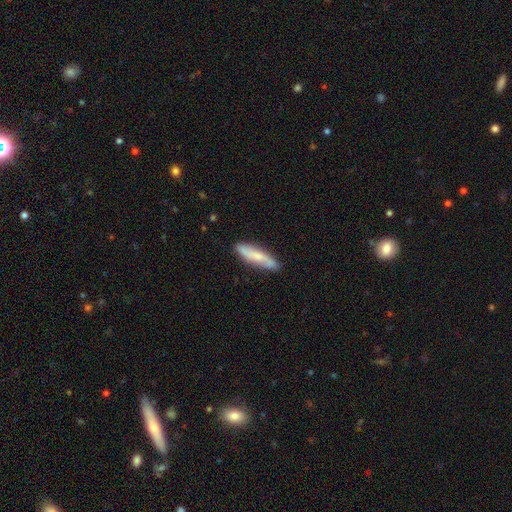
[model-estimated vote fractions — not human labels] smooth 55%, featured or disk 39%, star or artifact 6%. Down the decision tree: how rounded — cigar-shaped (80%); merging — none (83%).